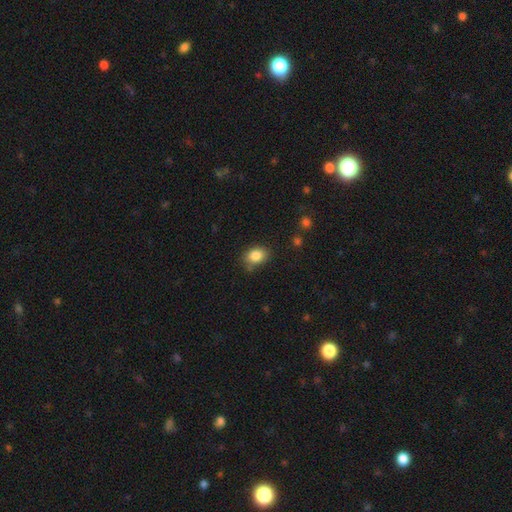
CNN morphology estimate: A smooth galaxy with no disk features (85%) that is in between round and cigar-shaped (68%).

Vote fractions:
- Smooth or featured? smooth: 85% / star or artifact: 9% / featured or disk: 6%
- How rounded? in between: 68% / round: 31% / cigar-shaped: 1%
- Merging? none: 77% / minor disturbance: 16% / merger: 4% / major disturbance: 4%